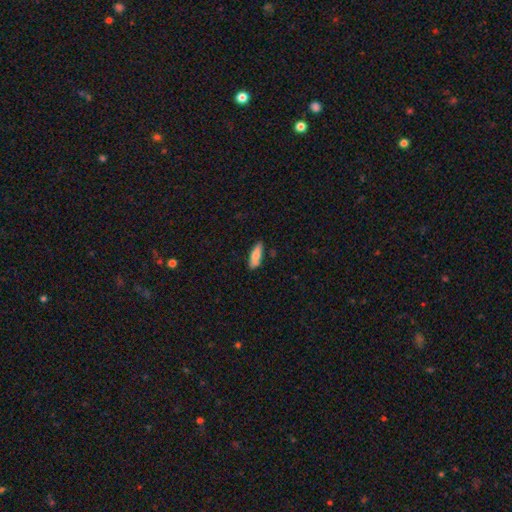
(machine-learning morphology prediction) Smooth or featured: smooth — 78% (featured or disk — 16%)
How rounded: in between — 53% (cigar-shaped — 45%)
Merging: none — 82% (minor disturbance — 14%)